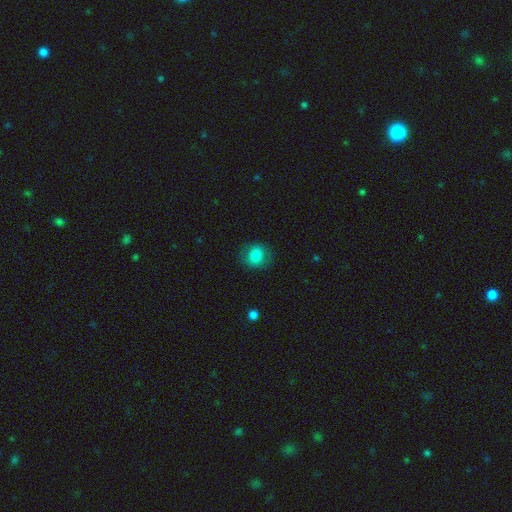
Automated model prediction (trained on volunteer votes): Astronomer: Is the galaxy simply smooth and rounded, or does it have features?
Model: smooth — 82%.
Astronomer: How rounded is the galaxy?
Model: round — 74%.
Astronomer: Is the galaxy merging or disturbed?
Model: none — 81%.